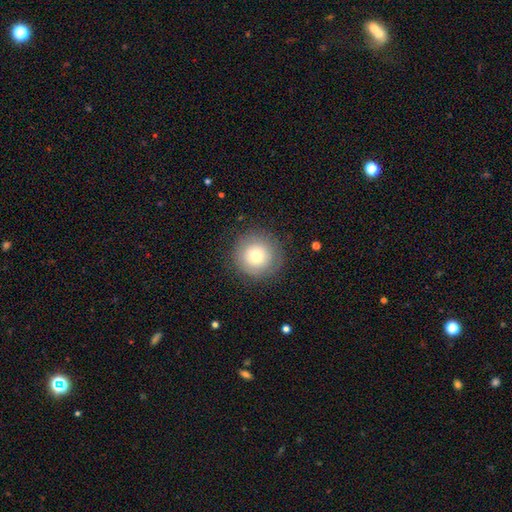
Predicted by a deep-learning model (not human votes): Overall: smooth (72%). How rounded: round (96%). Merging: none (86%).